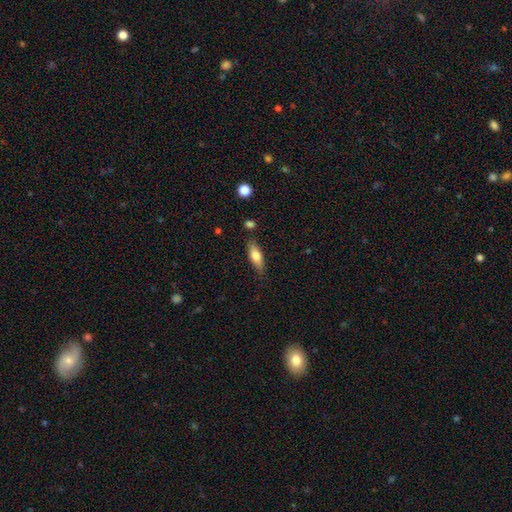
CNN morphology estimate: Smooth or featured? Predicted: smooth (p=0.69). How rounded? Predicted: in between (p=0.59). Merging? Predicted: none (p=0.78).